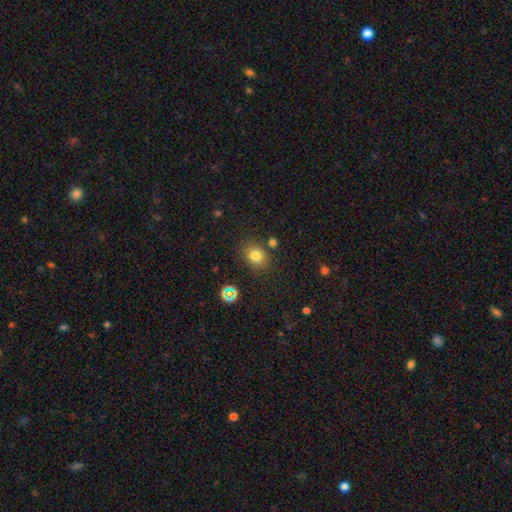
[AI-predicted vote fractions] A smooth galaxy with no disk features (76%) that is round (55%). Merging: none (80%).